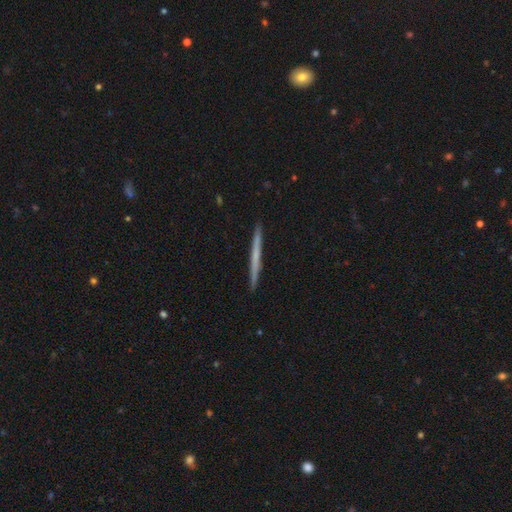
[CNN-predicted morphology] This appears to be a featured or disk galaxy (50%) viewed edge-on (98%). Merging: none (93%).